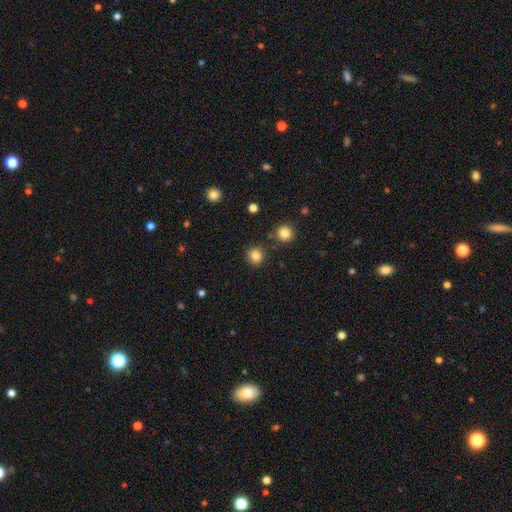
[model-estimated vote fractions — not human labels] smooth 83%, star or artifact 12%, featured or disk 5%. Down the decision tree: how rounded — round (91%); merging — none (87%).